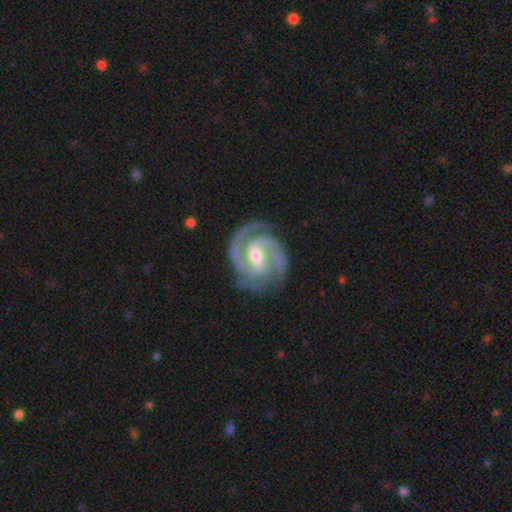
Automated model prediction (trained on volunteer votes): This appears to be a featured or disk galaxy (93%) with a weak bar (47%), 2 (72%) tight (49%) spiral arms (98%) and a moderate central bulge (62%). Merging: none (80%).